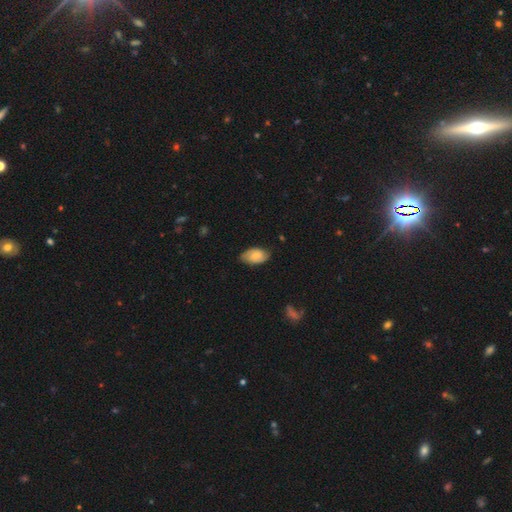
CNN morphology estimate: Overall: smooth (56%; featured or disk 37%). How rounded: in between (92%). Merging: none (71%).